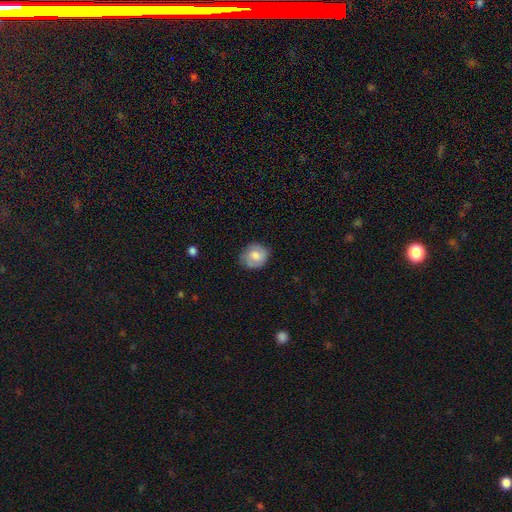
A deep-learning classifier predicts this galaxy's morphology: Smooth or featured?
  - smooth: 73% *
  - featured or disk: 20%
  - star or artifact: 7%
How rounded?
  - round: 74% *
  - in between: 25%
  - cigar-shaped: 1%
Merging?
  - none: 77% *
  - minor disturbance: 18%
  - major disturbance: 4%
  - merger: 1%